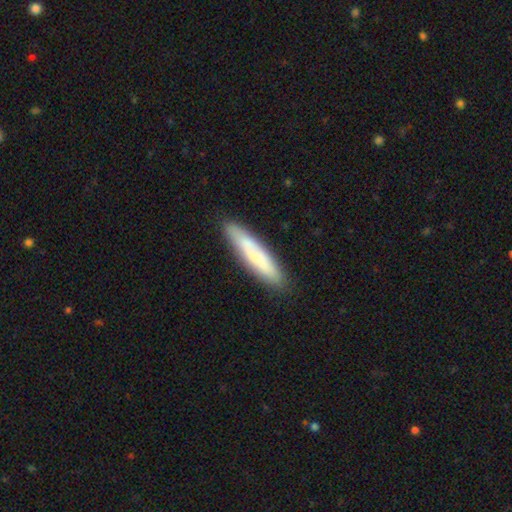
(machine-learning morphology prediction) Smooth or featured?
  - smooth: 66% *
  - featured or disk: 27%
  - star or artifact: 6%
How rounded?
  - cigar-shaped: 86% *
  - in between: 12%
  - round: 1%
Merging?
  - none: 83% *
  - minor disturbance: 12%
  - major disturbance: 2%
  - merger: 2%